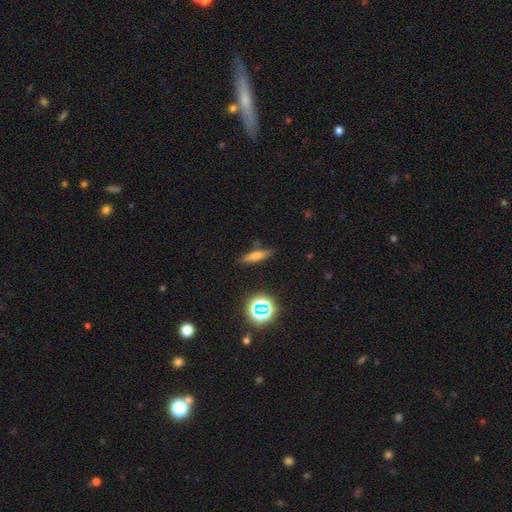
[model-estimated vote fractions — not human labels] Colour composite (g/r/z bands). It shows a smooth galaxy with no disk features (66%) that is cigar-shaped (68%). Merging: none (82%).